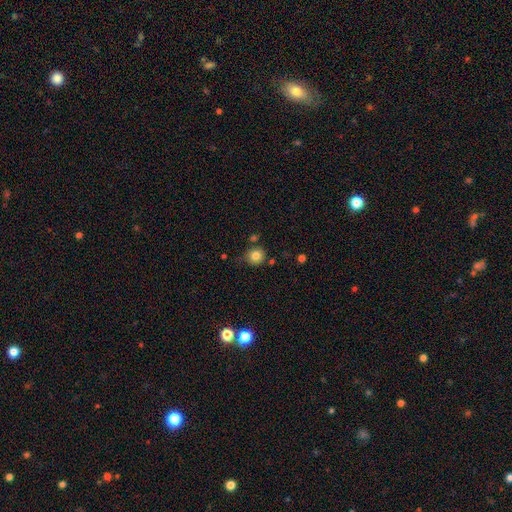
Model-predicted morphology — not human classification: This appears to be a smooth galaxy with no disk features (82%) that is round (88%). Merging: none (74%).